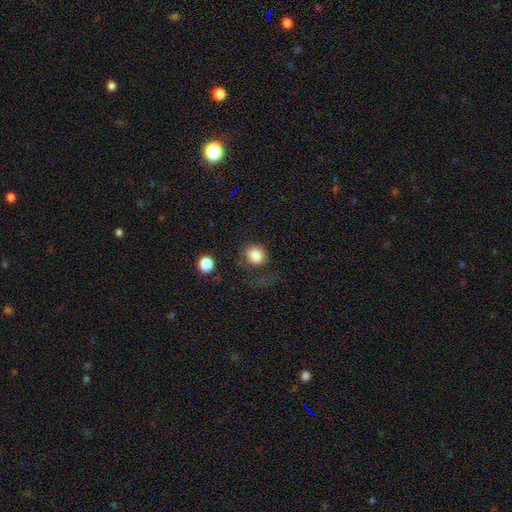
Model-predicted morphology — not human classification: smooth-or-featured: smooth: 82% | star or artifact: 10% | featured or disk: 8%
  how-rounded: round: 68% | in between: 31% | cigar-shaped: 1%
  merging: none: 52% | major disturbance: 25% | minor disturbance: 20% | merger: 4%